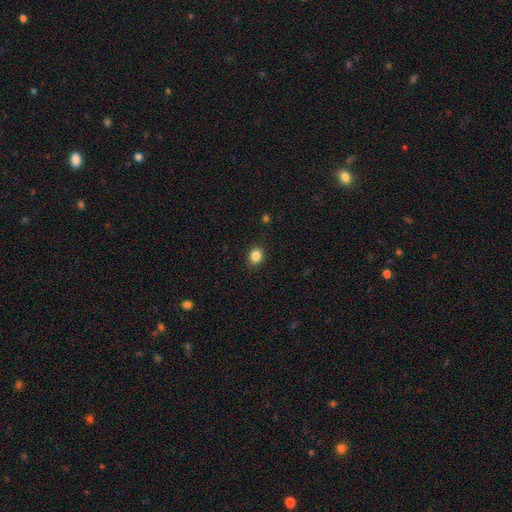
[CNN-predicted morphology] Q: Smooth or featured?
A: smooth (85%); runner-up: star or artifact (10%)
Q: How rounded?
A: round (51%); runner-up: in between (49%)
Q: Merging?
A: none (89%); runner-up: minor disturbance (8%)